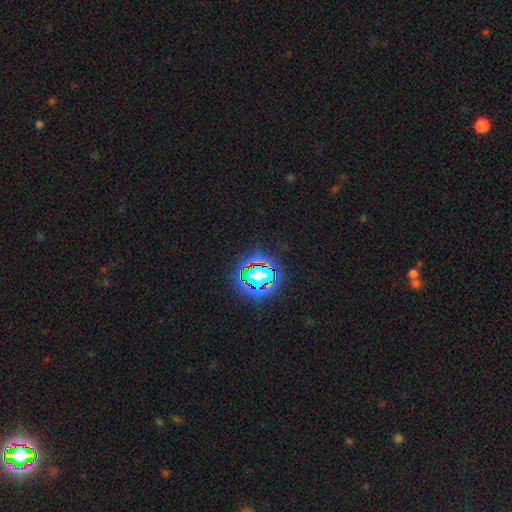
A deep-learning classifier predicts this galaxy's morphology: Smooth or featured?
  - star or artifact: 81% *
  - smooth: 12%
  - featured or disk: 7%